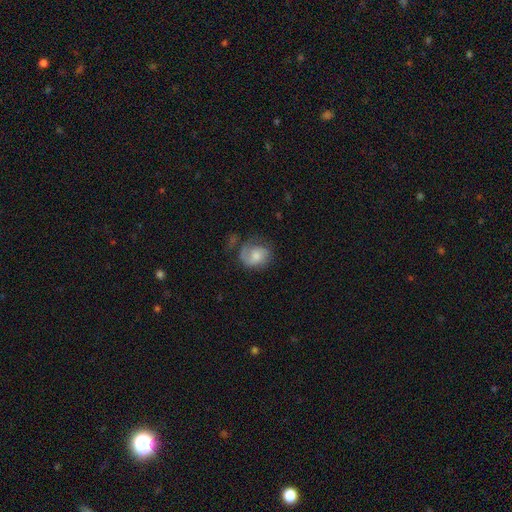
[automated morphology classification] Smooth or featured? Predicted: featured or disk (p=0.55). Edge-on disk? Predicted: no (p=0.97). Bar? Predicted: no (p=0.66). Spiral arms? Predicted: yes (p=0.85). Bulge size? Predicted: moderate (p=0.44). Merging? Predicted: none (p=0.46).